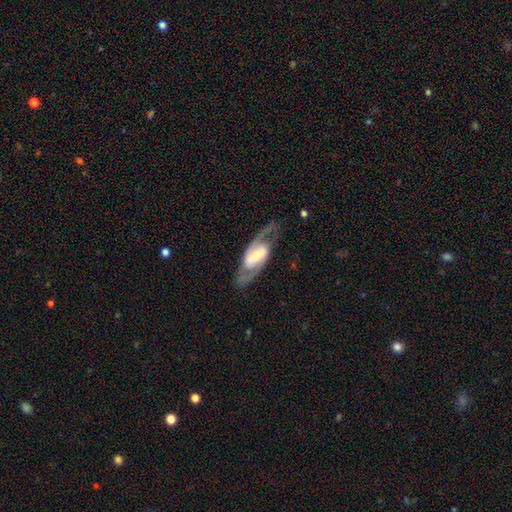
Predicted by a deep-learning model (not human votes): This appears to be a featured or disk galaxy (82%) with a strong bar (54%), 2 (89%) medium (53%) spiral arms (89%) and a small central bulge (42%). Merging: none (74%).